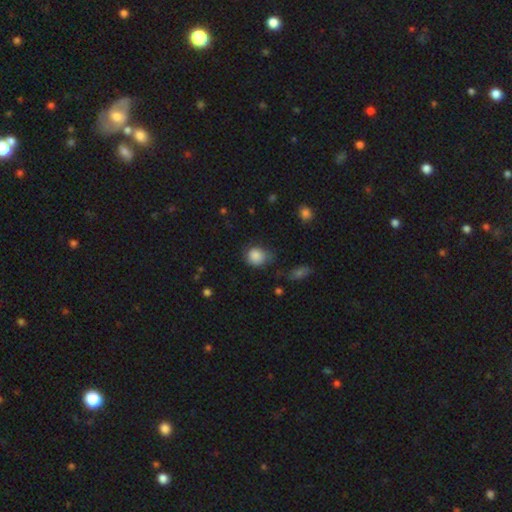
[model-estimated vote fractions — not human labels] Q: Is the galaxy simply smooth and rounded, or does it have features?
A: smooth — 85%.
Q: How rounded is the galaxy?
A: round — 70%.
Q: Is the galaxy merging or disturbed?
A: none — 55%.